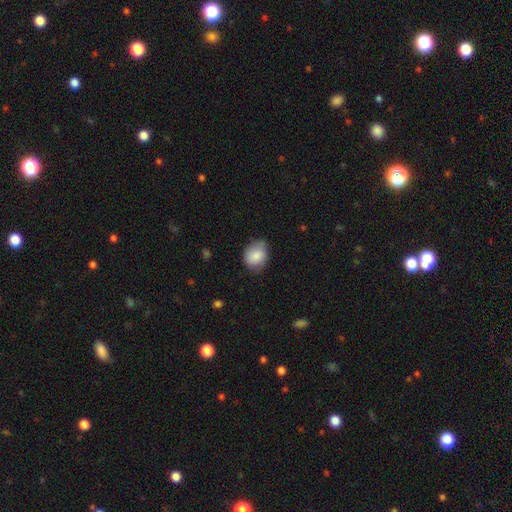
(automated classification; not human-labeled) Smooth or featured? smooth (81%)
How rounded? round (50%)
Merging? none (61%)